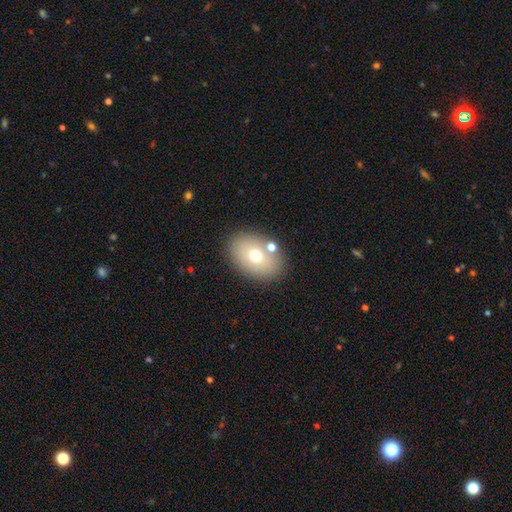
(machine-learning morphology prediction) This is likely a smooth galaxy (69%). How rounded: likely in between (73%). Merging: likely none (79%).